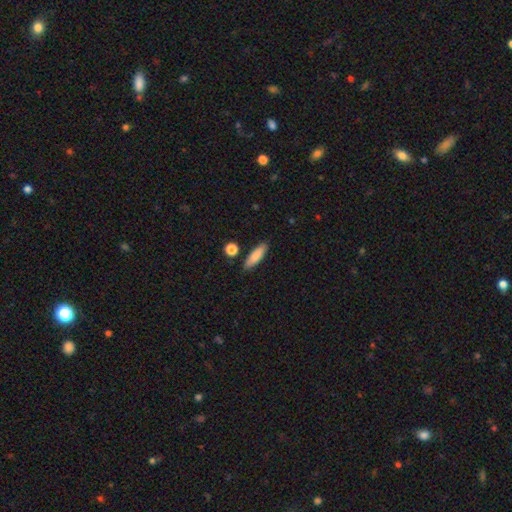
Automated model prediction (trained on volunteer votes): Morphology: type=smooth (83%); roundness=cigar-shaped (60%); merging=none (84%).